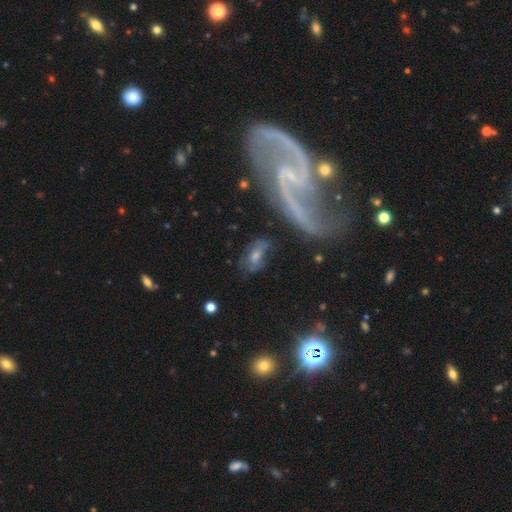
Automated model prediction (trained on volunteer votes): Overall: smooth (49%; featured or disk 39%). Merging: none (46%; minor disturbance 26%).